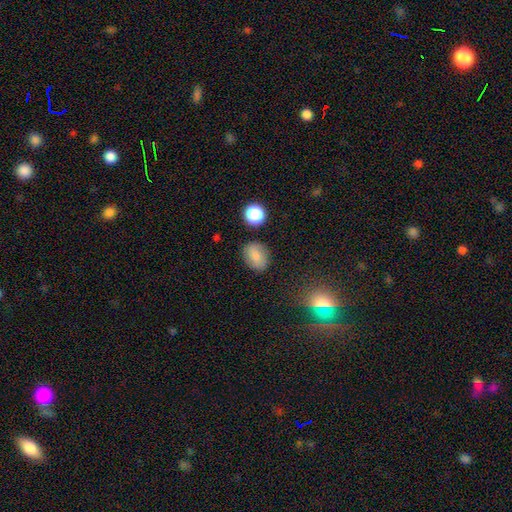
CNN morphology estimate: This is clearly a smooth galaxy (80%). How rounded: likely in between (63%). Merging: clearly none (81%).